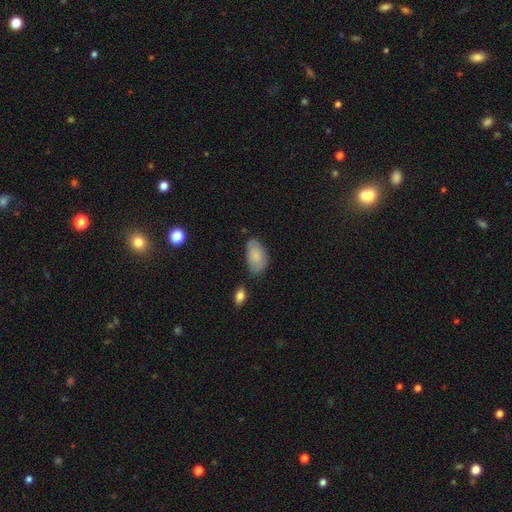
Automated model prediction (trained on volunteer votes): This appears to be a smooth galaxy with no disk features (80%) that is in between round and cigar-shaped (94%). Merging: none (63%).